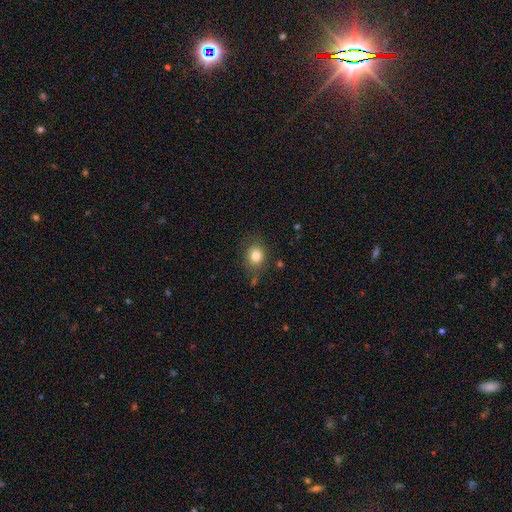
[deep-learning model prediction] A smooth galaxy with no disk features (82%) that is round (63%).

Vote fractions:
- Smooth or featured? smooth: 82% / star or artifact: 10% / featured or disk: 7%
- How rounded? round: 63% / in between: 36% / cigar-shaped: 1%
- Merging? none: 78% / minor disturbance: 14% / major disturbance: 4% / merger: 3%